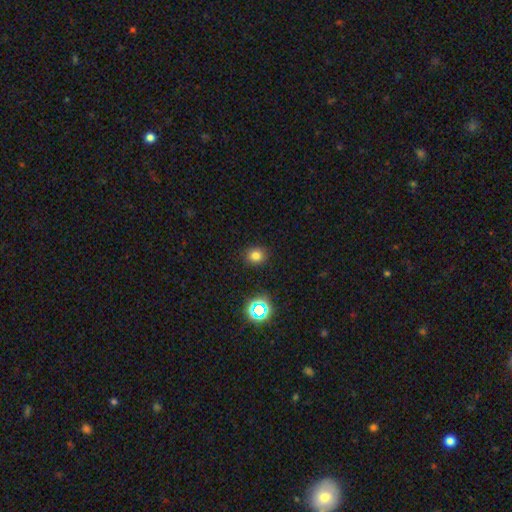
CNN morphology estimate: type=smooth (76%); roundness=round (76%); merging=none (88%).